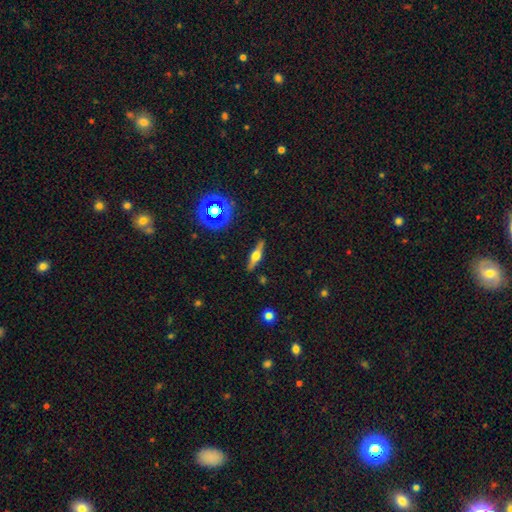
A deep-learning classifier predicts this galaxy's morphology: type=featured or disk (69%); edge-on=yes (96%); edge-on bulge=rounded (92%); merging=none (88%).